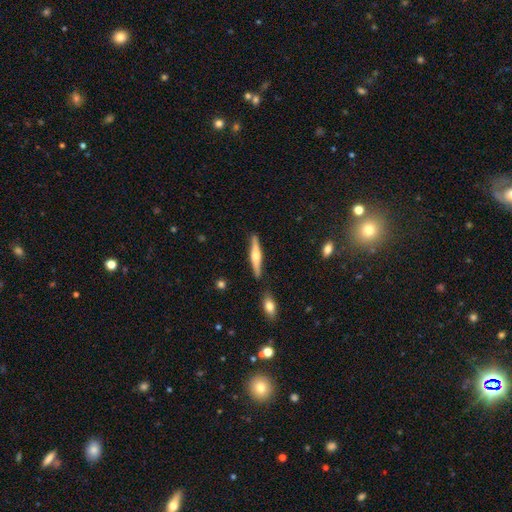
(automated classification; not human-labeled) smooth_or_featured: featured or disk (p=0.62) [alt: smooth p=0.33]
disk_edge_on: yes (p=0.97) [alt: no p=0.03]
edge_on_bulge: rounded (p=0.91) [alt: boxy p=0.06]
merging: none (p=0.86) [alt: minor disturbance p=0.09]